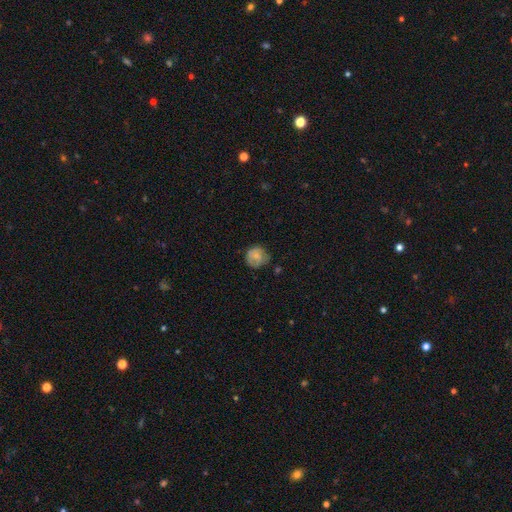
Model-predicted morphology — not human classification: Smooth or featured: smooth — 70% (featured or disk — 22%)
How rounded: round — 84% (in between — 15%)
Merging: none — 63% (minor disturbance — 28%)